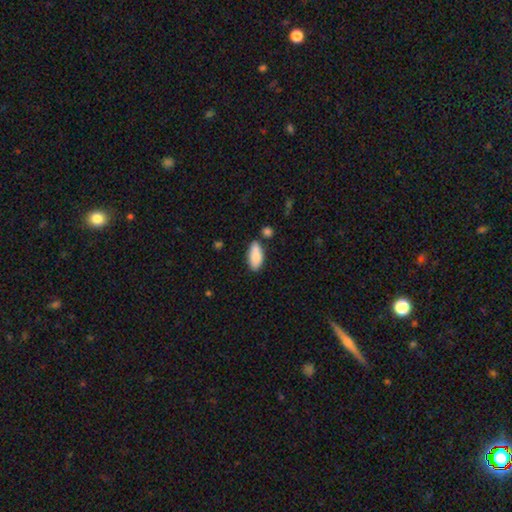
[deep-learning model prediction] smooth_or_featured: smooth (p=0.89) [alt: star or artifact p=0.06]
how_rounded: in between (p=0.88) [alt: cigar-shaped p=0.10]
merging: none (p=0.76) [alt: minor disturbance p=0.15]